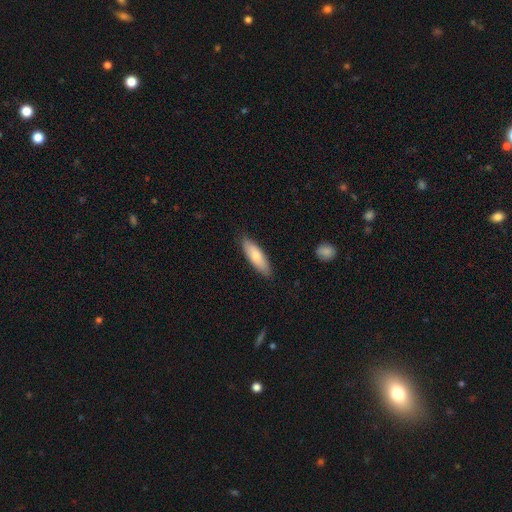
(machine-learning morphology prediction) type=smooth (76%); roundness=in between (51%); merging=none (85%).